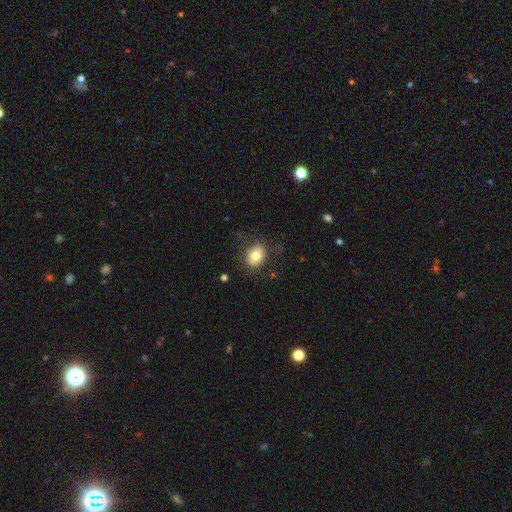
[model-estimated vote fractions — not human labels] Overall: smooth (79%). How rounded: in between (59%; round 40%). Merging: none (81%).